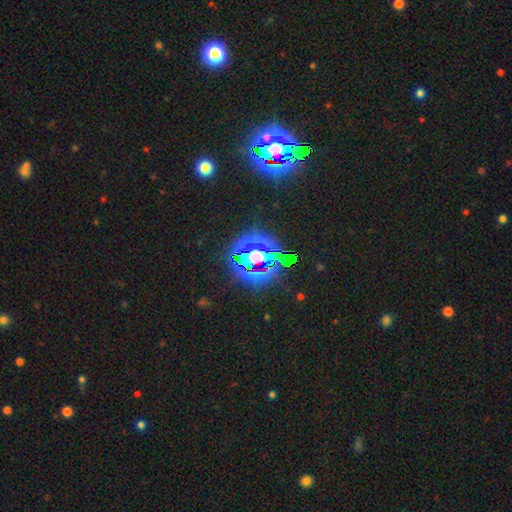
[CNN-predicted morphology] smooth_or_featured: star or artifact (p=0.71) [alt: smooth p=0.18]